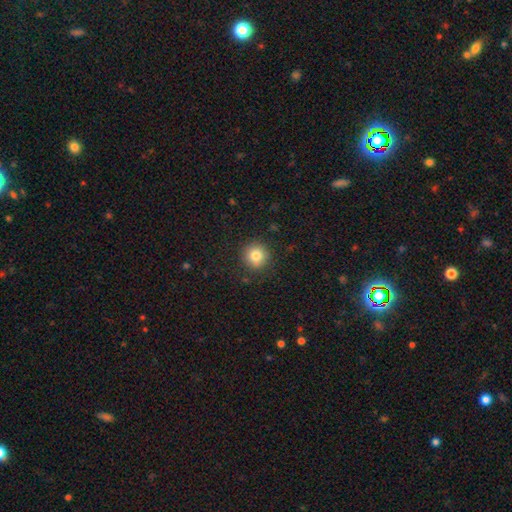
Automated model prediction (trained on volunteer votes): Smooth or featured?
  - smooth: 82% *
  - star or artifact: 11%
  - featured or disk: 8%
How rounded?
  - round: 93% *
  - in between: 6%
  - cigar-shaped: 1%
Merging?
  - none: 89% *
  - minor disturbance: 7%
  - major disturbance: 2%
  - merger: 1%